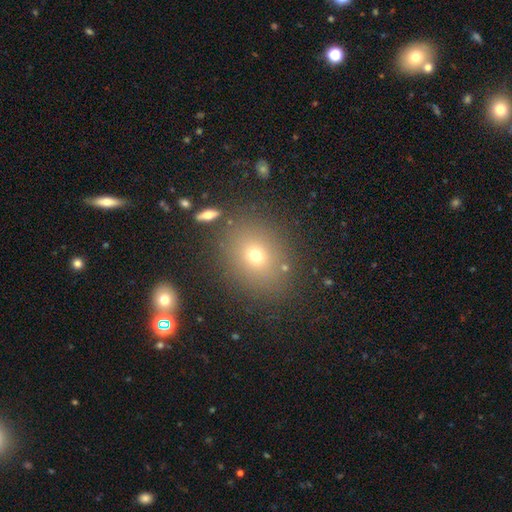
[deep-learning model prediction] This appears to be a smooth galaxy with no disk features (69%) that is round (62%). Merging: none (83%).